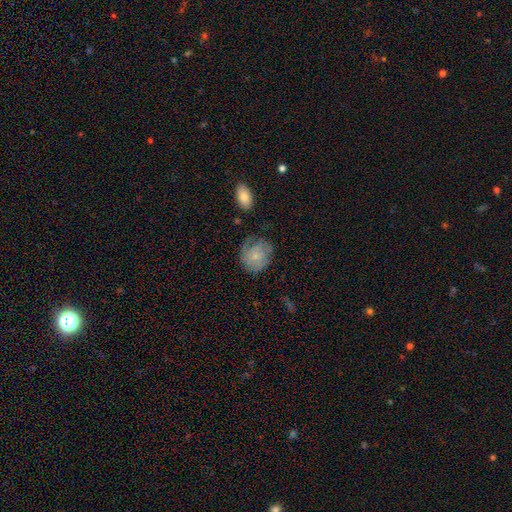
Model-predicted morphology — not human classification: Smooth or featured? smooth (60%)
How rounded? round (74%)
Merging? none (56%)